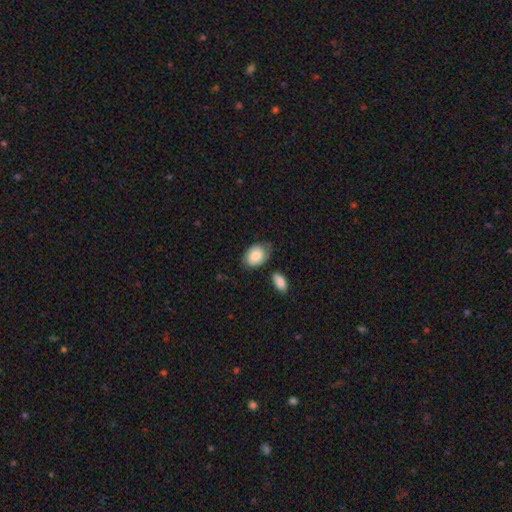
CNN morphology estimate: Smooth or featured: smooth — 74% (featured or disk — 19%)
How rounded: in between — 81% (round — 18%)
Merging: none — 59% (minor disturbance — 28%)